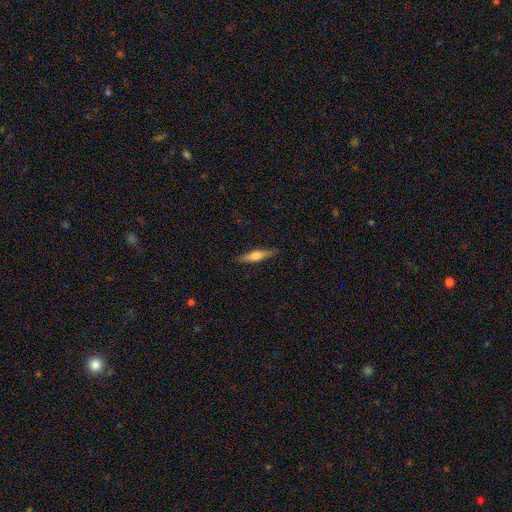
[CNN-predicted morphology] Smooth or featured? featured or disk (50%)
Edge-on disk? yes (95%)
Merging? none (86%)